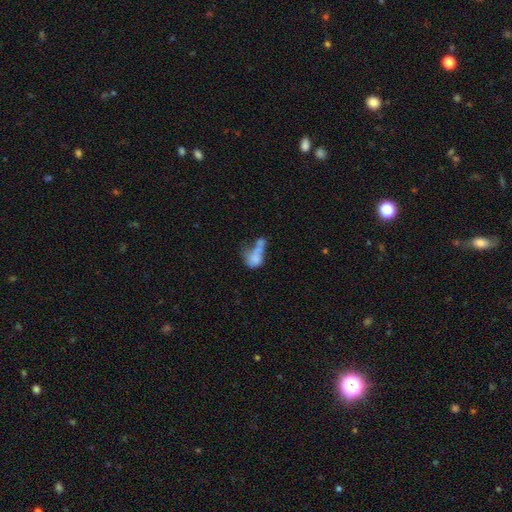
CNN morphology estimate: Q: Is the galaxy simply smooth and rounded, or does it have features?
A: smooth — 64%.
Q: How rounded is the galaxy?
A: in between — 70%.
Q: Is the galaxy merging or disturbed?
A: merger — 53%.